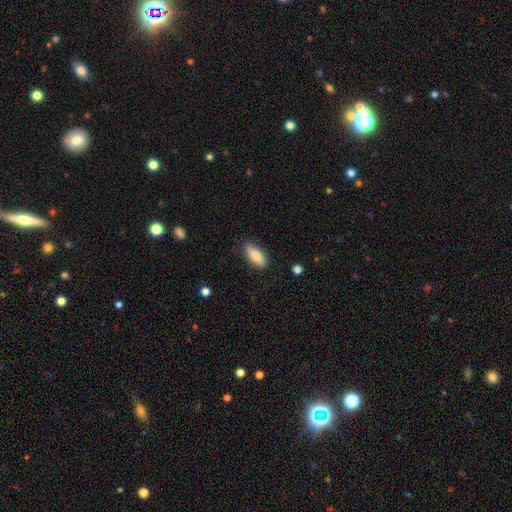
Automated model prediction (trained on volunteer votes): Smooth or featured?
  - smooth: 77% *
  - featured or disk: 17%
  - star or artifact: 6%
How rounded?
  - in between: 76% *
  - cigar-shaped: 21%
  - round: 2%
Merging?
  - none: 83% *
  - minor disturbance: 13%
  - major disturbance: 2%
  - merger: 1%